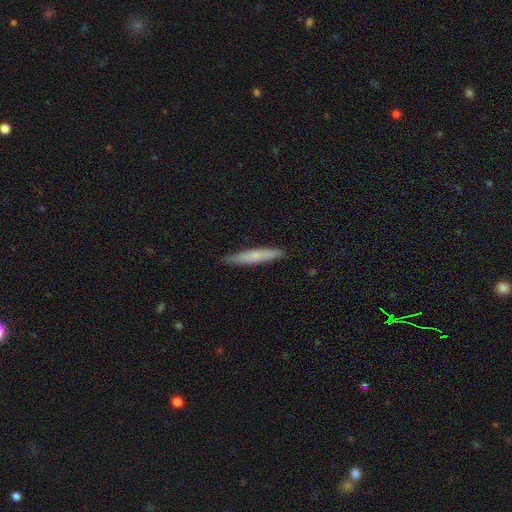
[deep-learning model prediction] Smooth or featured: smooth — 65% (featured or disk — 29%)
How rounded: cigar-shaped — 93% (in between — 5%)
Merging: none — 89% (minor disturbance — 9%)